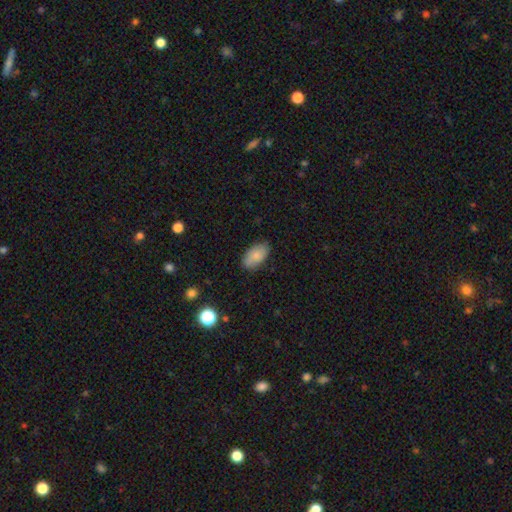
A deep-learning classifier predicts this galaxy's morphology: Overall: smooth (83%). How rounded: in between (94%). Merging: none (78%).